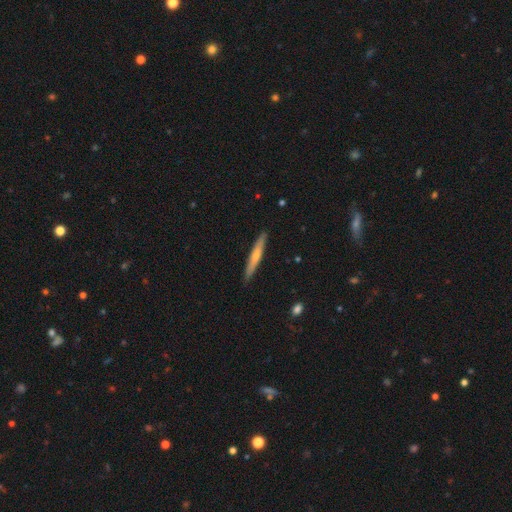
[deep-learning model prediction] The model was most divided on "smooth or featured": smooth: 55%, featured or disk: 40%, star or artifact: 5%. More confident: how rounded — cigar-shaped (95%); merging — none (89%).